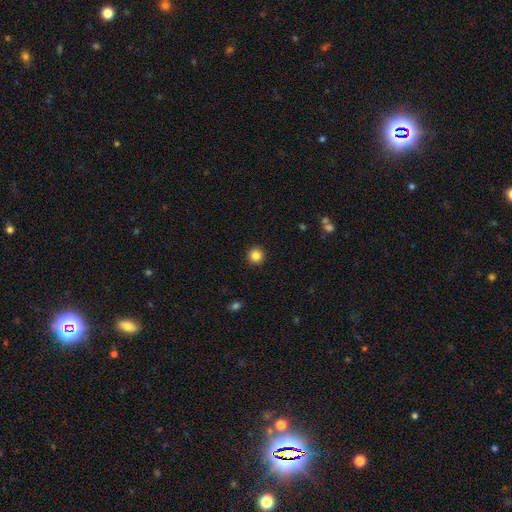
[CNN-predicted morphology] Smooth or featured: smooth — 85% (star or artifact — 11%)
How rounded: round — 96% (in between — 3%)
Merging: none — 93% (minor disturbance — 4%)